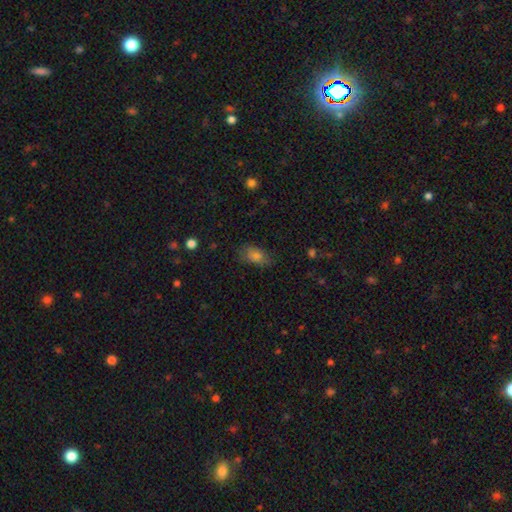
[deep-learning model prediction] smooth_or_featured: smooth (p=0.77) [alt: star or artifact p=0.12]
how_rounded: in between (p=0.86) [alt: round p=0.10]
merging: none (p=0.74) [alt: minor disturbance p=0.19]